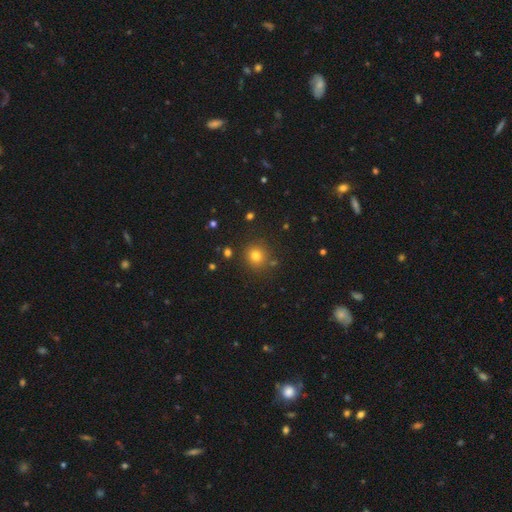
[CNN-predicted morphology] Overall: smooth (77%). How rounded: round (90%). Merging: none (85%).